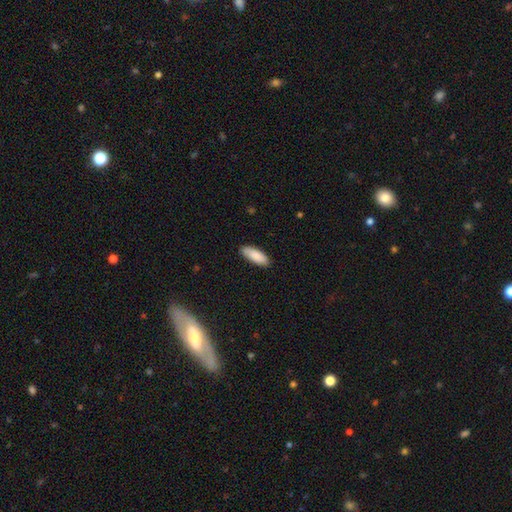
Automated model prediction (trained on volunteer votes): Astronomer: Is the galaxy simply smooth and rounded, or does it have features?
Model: smooth — 88%.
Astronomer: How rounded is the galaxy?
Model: in between — 69%.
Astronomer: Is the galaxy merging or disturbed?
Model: none — 86%.